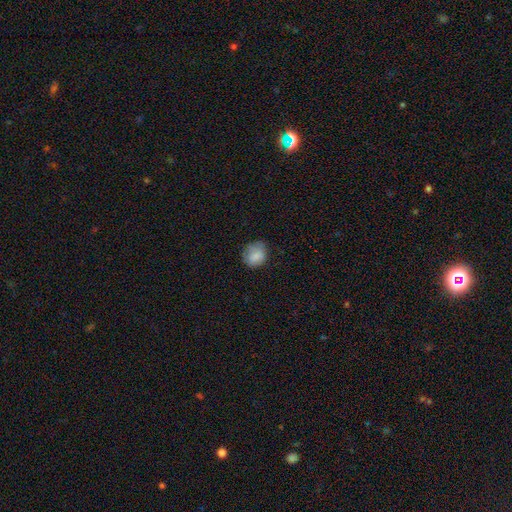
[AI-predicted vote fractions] Smooth or featured: smooth — 84% (star or artifact — 8%)
How rounded: round — 67% (in between — 32%)
Merging: none — 68% (minor disturbance — 25%)